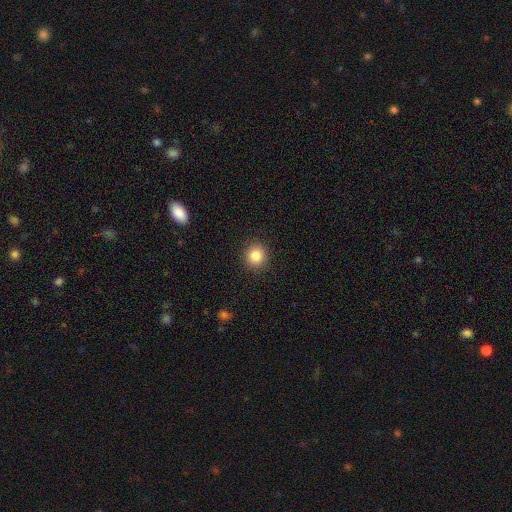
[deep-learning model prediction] Smooth or featured? Predicted: smooth (p=0.84). How rounded? Predicted: round (p=0.91). Merging? Predicted: none (p=0.91).